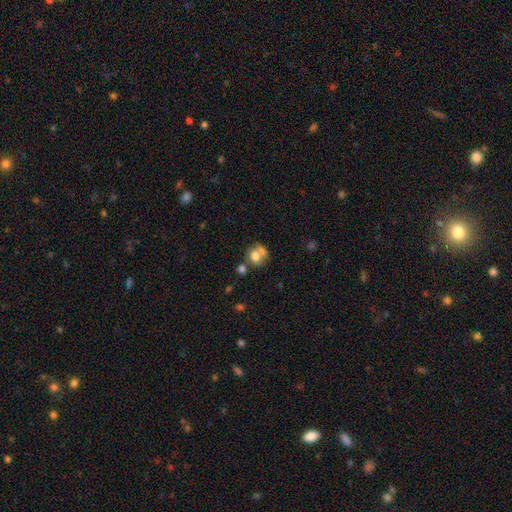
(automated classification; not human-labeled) smooth_or_featured: smooth (p=0.68) [alt: featured or disk p=0.21]
how_rounded: round (p=0.66) [alt: in between p=0.33]
merging: merger (p=0.42) [alt: none p=0.38]